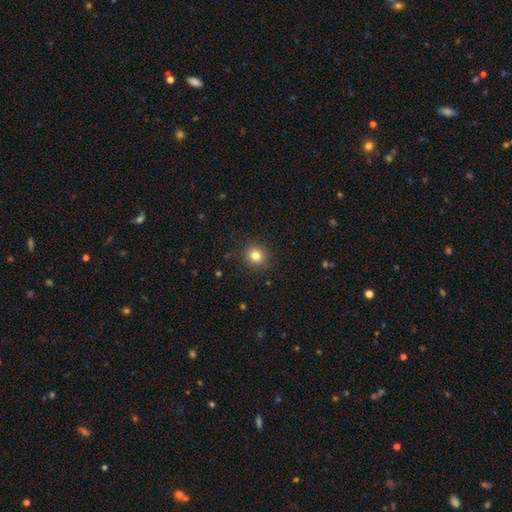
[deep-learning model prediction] Smooth or featured: smooth — 82% (star or artifact — 12%)
How rounded: round — 89% (in between — 10%)
Merging: none — 89% (minor disturbance — 8%)